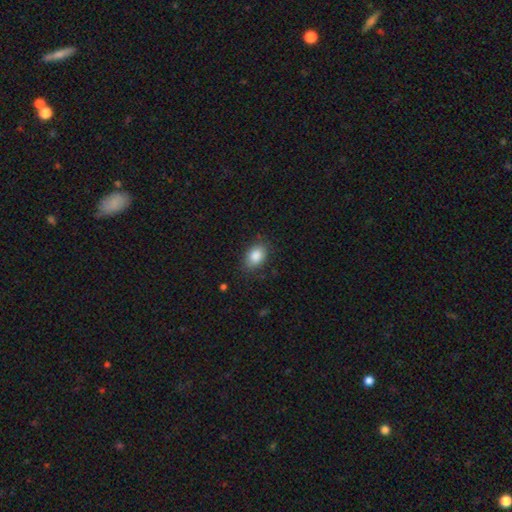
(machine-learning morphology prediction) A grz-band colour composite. It shows a smooth galaxy with no disk features (86%) that is in between round and cigar-shaped (81%). Merging: none (81%).